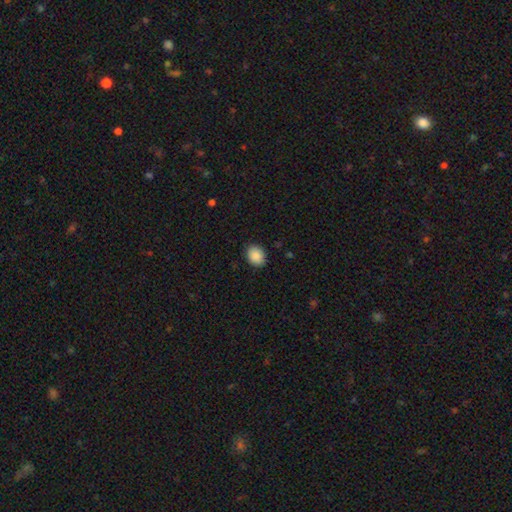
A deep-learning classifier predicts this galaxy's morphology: smooth_or_featured: smooth (p=0.89) [alt: star or artifact p=0.08]
how_rounded: round (p=0.52) [alt: in between p=0.47]
merging: none (p=0.89) [alt: minor disturbance p=0.08]